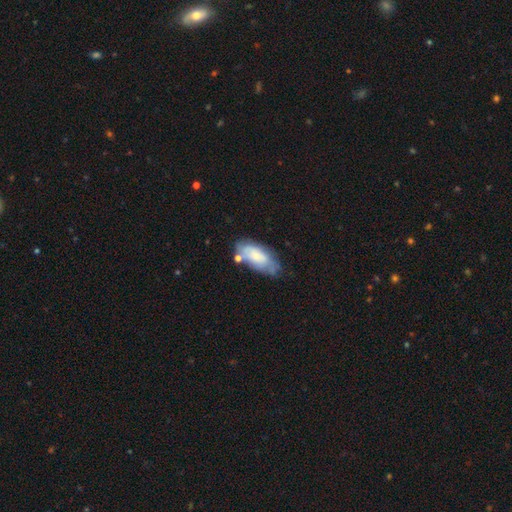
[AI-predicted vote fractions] Smooth or featured? Predicted: smooth (p=0.65). How rounded? Predicted: in between (p=0.87). Merging? Predicted: none (p=0.51).